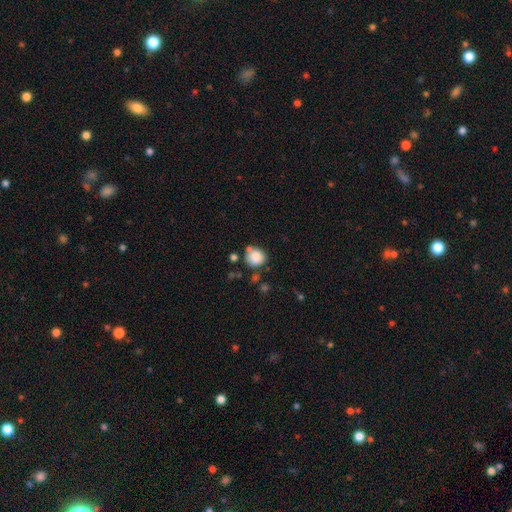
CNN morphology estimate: Overall: smooth (85%). How rounded: round (87%). Merging: none (65%).